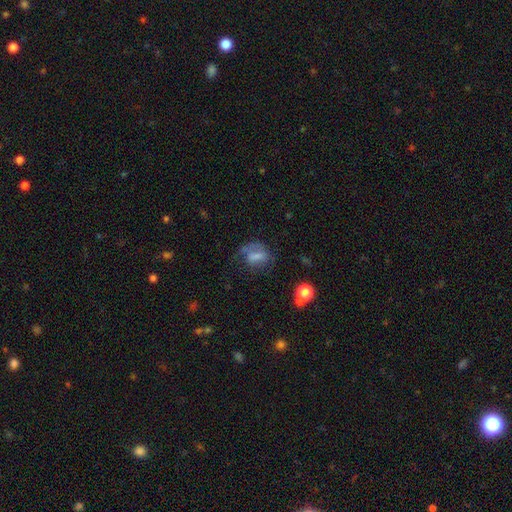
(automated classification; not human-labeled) Smooth or featured?
  - smooth: 56% *
  - featured or disk: 33%
  - star or artifact: 12%
How rounded?
  - in between: 68% *
  - round: 26%
  - cigar-shaped: 6%
Merging?
  - major disturbance: 36% * (tied)
  - none: 36% * (tied)
  - minor disturbance: 24%
  - merger: 4%